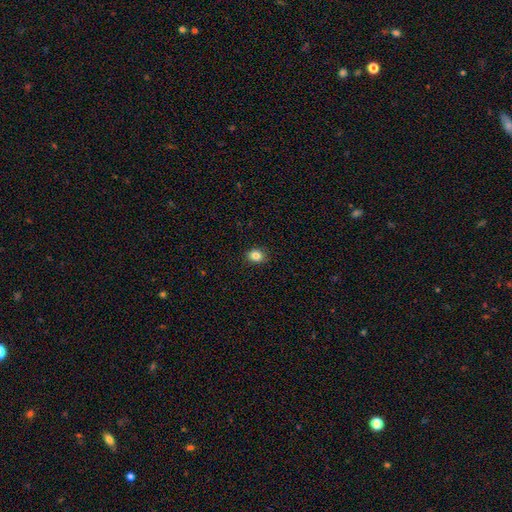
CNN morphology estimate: Q: Smooth or featured?
A: smooth (83%); runner-up: star or artifact (11%)
Q: How rounded?
A: round (57%); runner-up: in between (42%)
Q: Merging?
A: none (89%); runner-up: minor disturbance (9%)